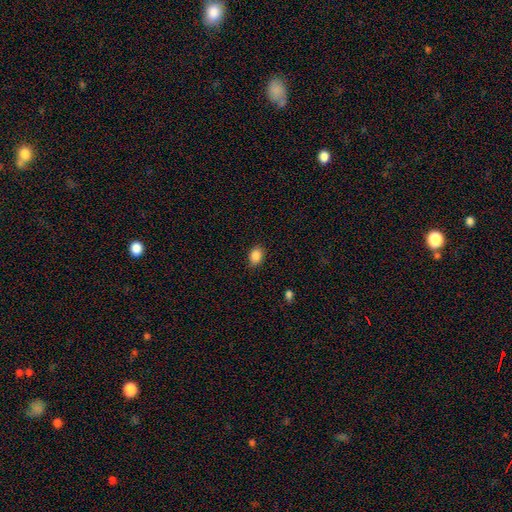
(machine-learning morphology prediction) Smooth or featured? smooth (87%)
How rounded? in between (77%)
Merging? none (87%)